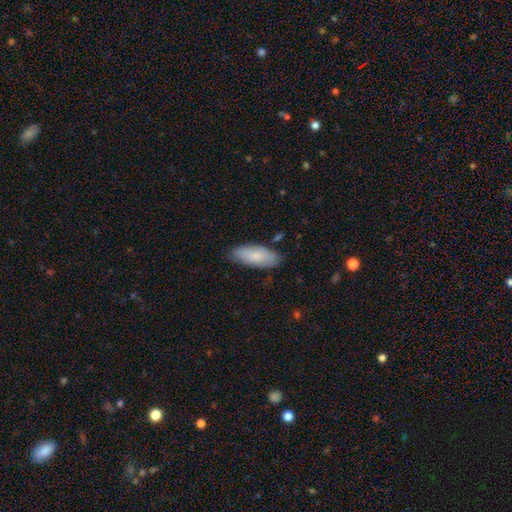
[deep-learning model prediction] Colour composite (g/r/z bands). It shows a smooth galaxy with no disk features (78%) that is in between round and cigar-shaped (79%). Merging: none (77%).